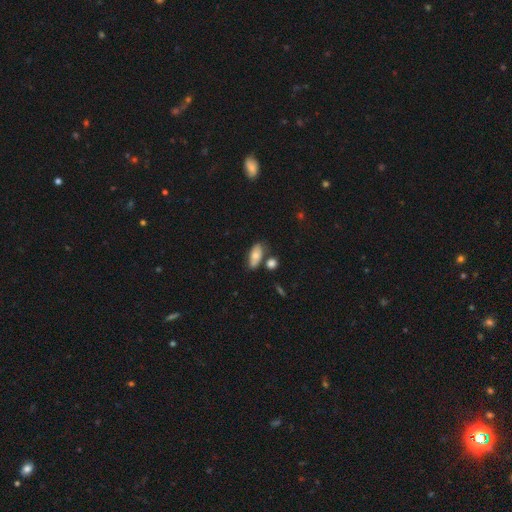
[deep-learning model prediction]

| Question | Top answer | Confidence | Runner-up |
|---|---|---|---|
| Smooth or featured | smooth | 72% | featured or disk (21%) |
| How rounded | in between | 86% | cigar-shaped (9%) |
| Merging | none | 63% | minor disturbance (18%) |